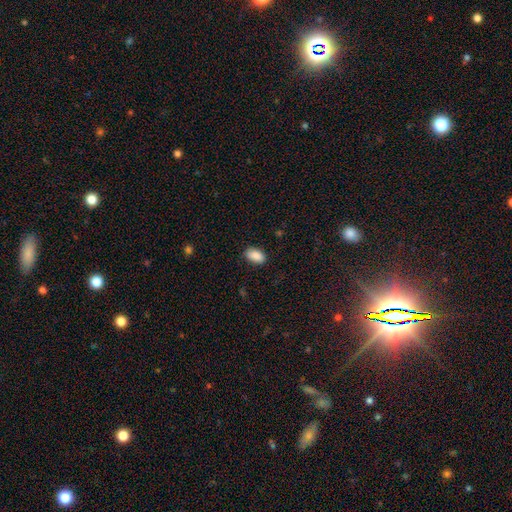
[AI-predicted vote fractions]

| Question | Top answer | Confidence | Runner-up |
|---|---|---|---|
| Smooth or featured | smooth | 89% | star or artifact (7%) |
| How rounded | in between | 93% | round (5%) |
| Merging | none | 84% | minor disturbance (12%) |